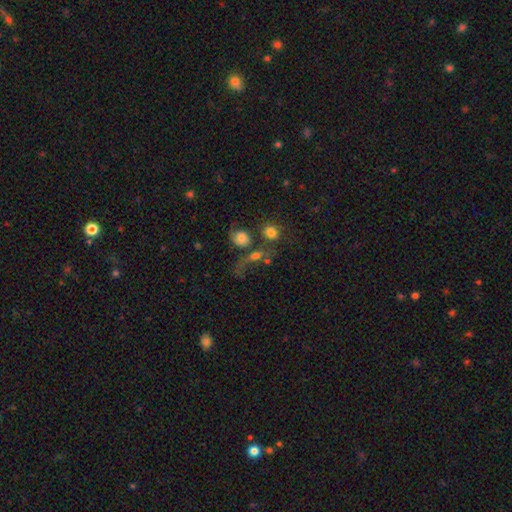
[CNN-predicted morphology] Overall: smooth (55%; featured or disk 29%). How rounded: in between (50%; round 44%). Merging: merger (32%; major disturbance 28%).